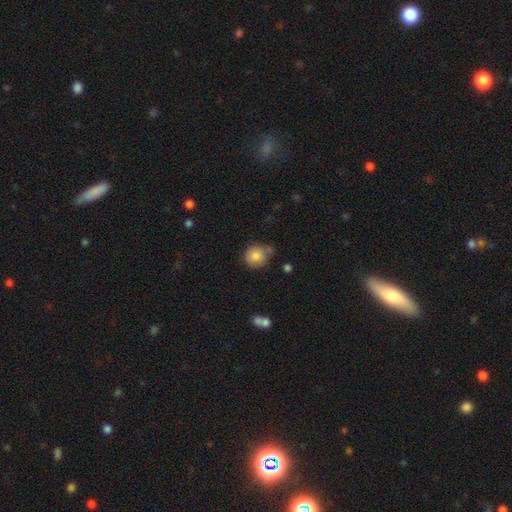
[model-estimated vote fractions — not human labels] smooth 84%, star or artifact 9%, featured or disk 7%. Down the decision tree: how rounded — round (87%); merging — none (64%).